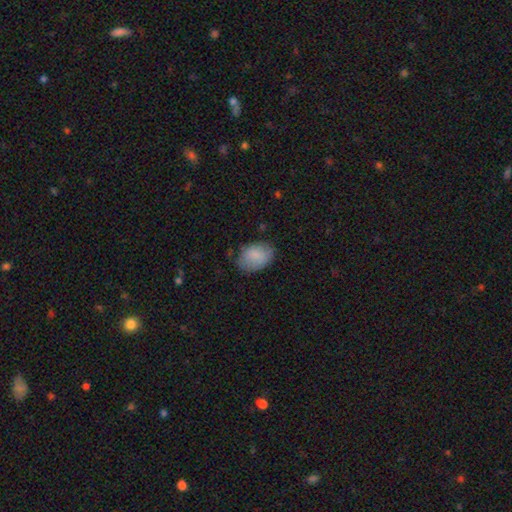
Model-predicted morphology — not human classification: Smooth or featured? Predicted: smooth (p=0.84). How rounded? Predicted: in between (p=0.80). Merging? Predicted: none (p=0.70).